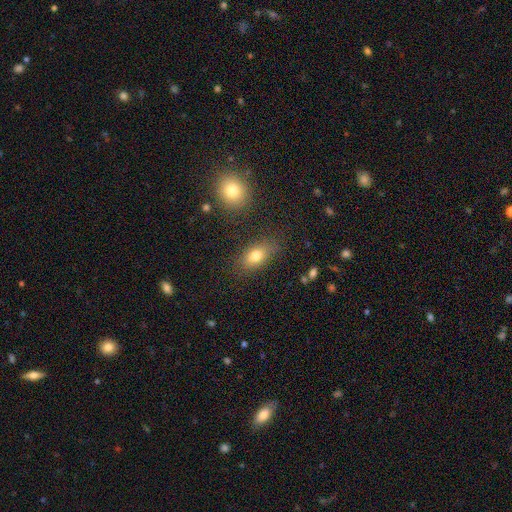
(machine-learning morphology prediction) A smooth galaxy with no disk features (78%) that is in between round and cigar-shaped (82%). Merging: none (78%).